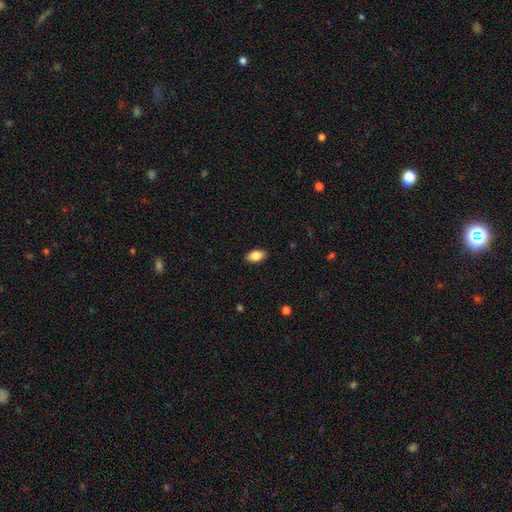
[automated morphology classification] Overall: smooth (84%). How rounded: in between (92%). Merging: none (89%).